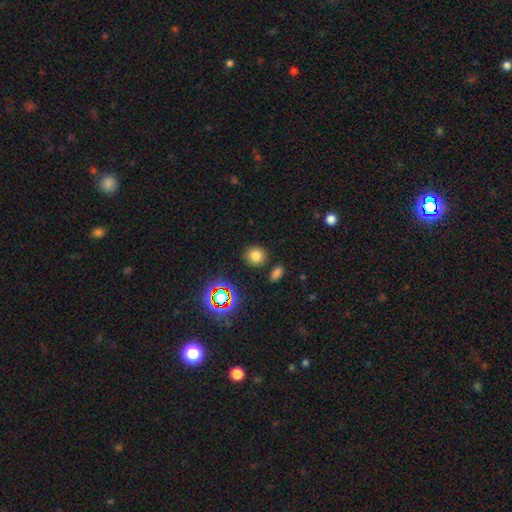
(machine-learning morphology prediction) Q: Smooth or featured?
A: smooth (75%); runner-up: star or artifact (18%)
Q: How rounded?
A: round (84%); runner-up: in between (15%)
Q: Merging?
A: none (85%); runner-up: minor disturbance (8%)